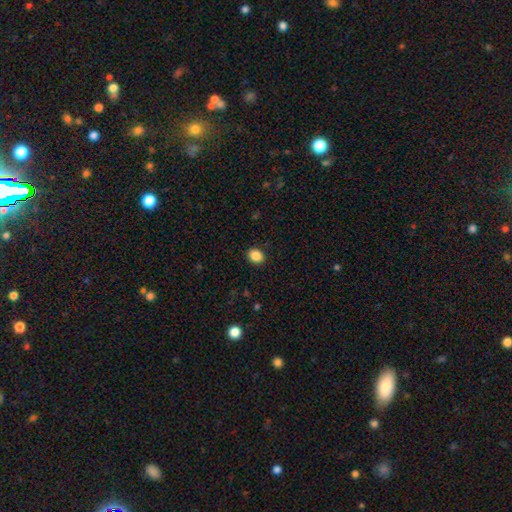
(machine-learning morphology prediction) A smooth galaxy with no disk features (87%) that is round (57%).

Vote fractions:
- Smooth or featured? smooth: 87% / star or artifact: 10% / featured or disk: 4%
- How rounded? round: 57% / in between: 43% / cigar-shaped: 1%
- Merging? none: 91% / minor disturbance: 6% / major disturbance: 2% / merger: 1%